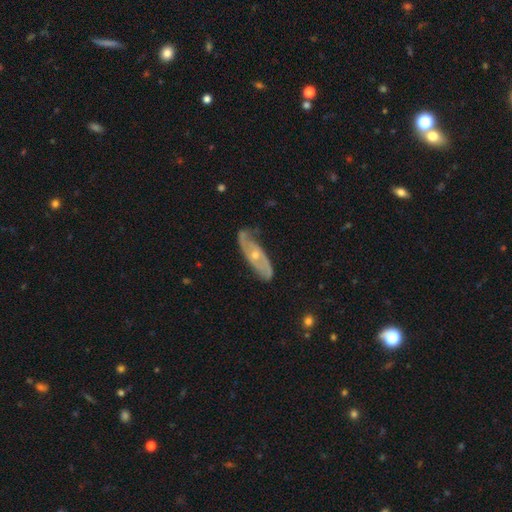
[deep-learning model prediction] This appears to be a featured or disk galaxy (76%) with no bar (69%), 2 (66%) medium (39%) spiral arms (85%) and a small central bulge (59%). Merging: none (68%).